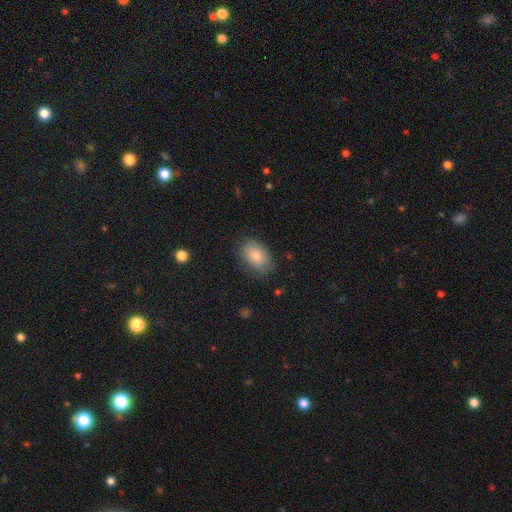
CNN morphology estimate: A smooth galaxy with no disk features (84%) that is in between round and cigar-shaped (87%).

Vote fractions:
- Smooth or featured? smooth: 84% / featured or disk: 9% / star or artifact: 7%
- How rounded? in between: 87% / round: 12% / cigar-shaped: 1%
- Merging? none: 76% / minor disturbance: 18% / major disturbance: 5% / merger: 1%